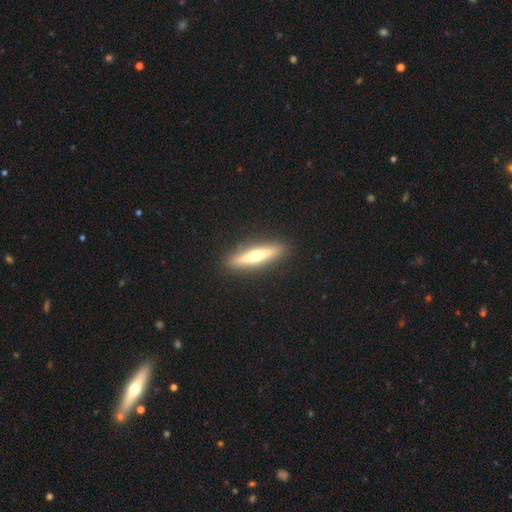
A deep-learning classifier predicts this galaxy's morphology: Overall: featured or disk (54%; smooth 40%). Edge-on disk: yes (93%). Edge-on bulge: rounded (89%). Merging: none (91%).